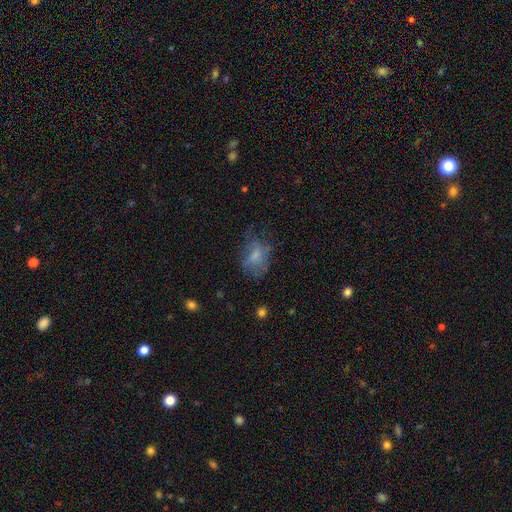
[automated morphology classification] Overall: smooth (63%; featured or disk 25%). How rounded: in between (71%). Merging: none (43%; minor disturbance 27%).